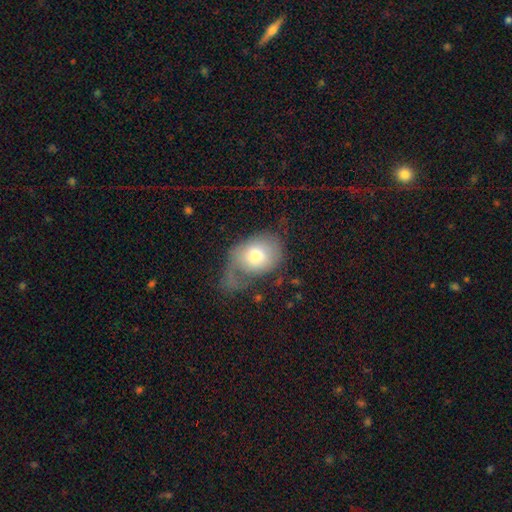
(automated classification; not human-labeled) smooth_or_featured: smooth (p=0.68) [alt: featured or disk p=0.24]
how_rounded: in between (p=0.57) [alt: round p=0.42]
merging: major disturbance (p=0.45) [alt: minor disturbance p=0.26]